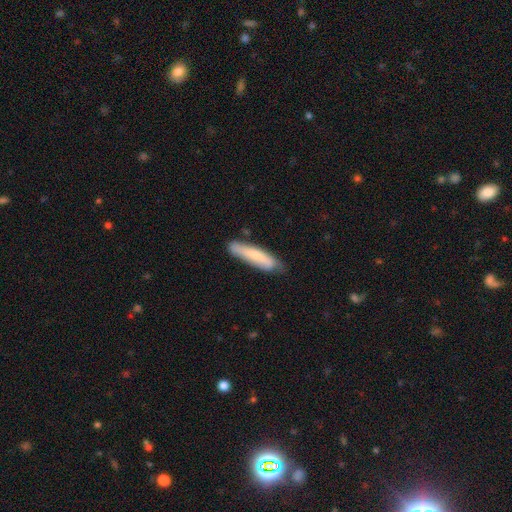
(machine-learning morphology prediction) This appears to be a smooth galaxy with no disk features (69%) that is cigar-shaped (82%). Merging: none (71%).